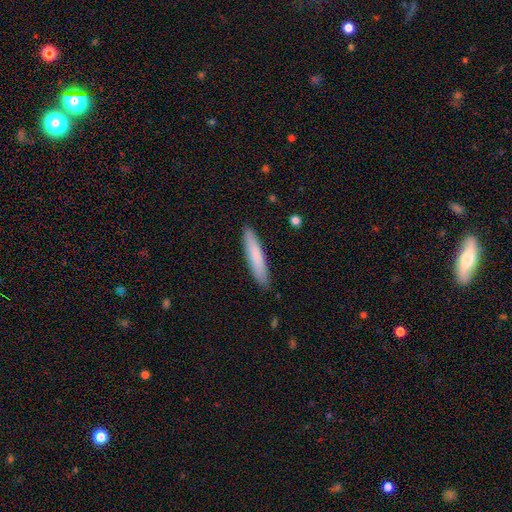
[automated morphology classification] smooth-or-featured: smooth: 79% | featured or disk: 15% | star or artifact: 5%
  how-rounded: cigar-shaped: 90% | in between: 9% | round: 1%
  merging: none: 90% | minor disturbance: 8% | major disturbance: 1% | merger: 1%